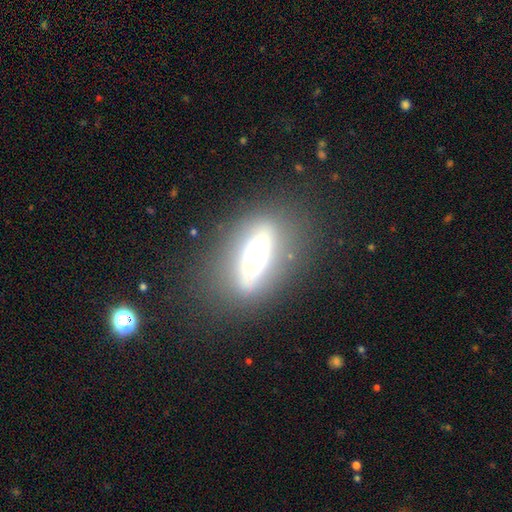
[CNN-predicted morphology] Q: Smooth or featured?
A: featured or disk (47%); runner-up: smooth (38%)
Q: Merging?
A: none (77%); runner-up: minor disturbance (13%)